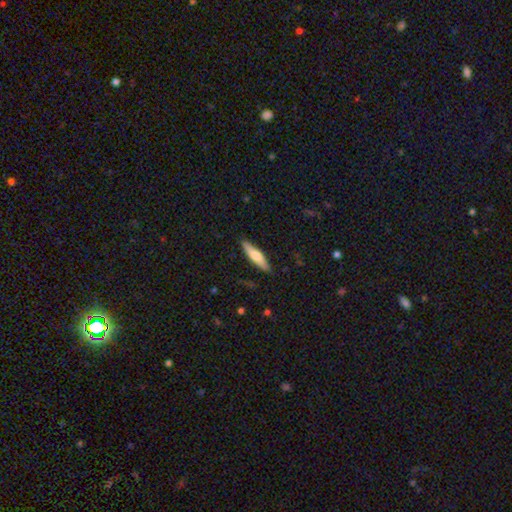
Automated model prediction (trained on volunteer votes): A smooth galaxy with no disk features (67%) that is cigar-shaped (74%).

Vote fractions:
- Smooth or featured? smooth: 67% / featured or disk: 28% / star or artifact: 5%
- How rounded? cigar-shaped: 74% / in between: 24% / round: 2%
- Merging? none: 86% / minor disturbance: 10% / major disturbance: 2% / merger: 1%